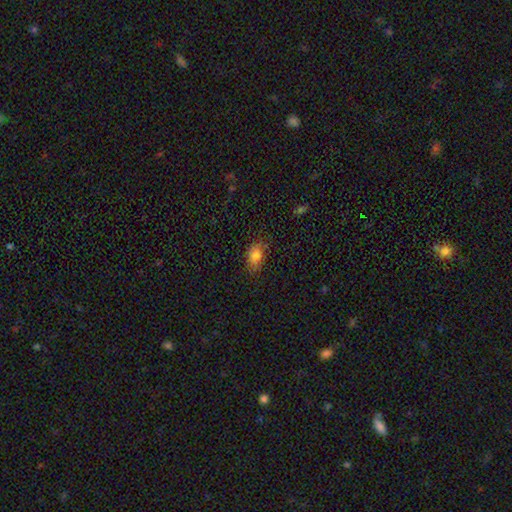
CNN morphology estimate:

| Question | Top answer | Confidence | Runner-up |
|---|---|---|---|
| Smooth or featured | smooth | 82% | star or artifact (10%) |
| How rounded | in between | 84% | round (14%) |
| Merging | none | 75% | minor disturbance (19%) |